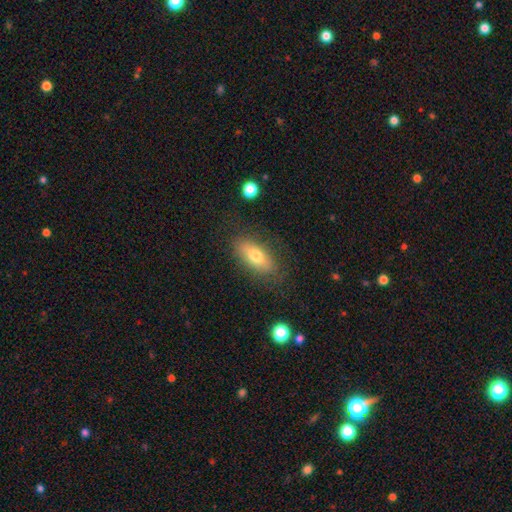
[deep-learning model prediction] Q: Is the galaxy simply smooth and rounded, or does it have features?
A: smooth — 70%.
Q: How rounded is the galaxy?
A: in between — 81%.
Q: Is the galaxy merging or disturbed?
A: none — 79%.